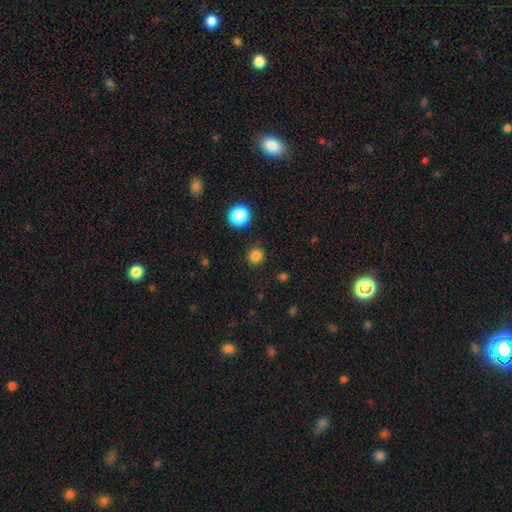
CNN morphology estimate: smooth 82%, star or artifact 15%, featured or disk 3%. Down the decision tree: how rounded — round (90%); merging — none (90%).